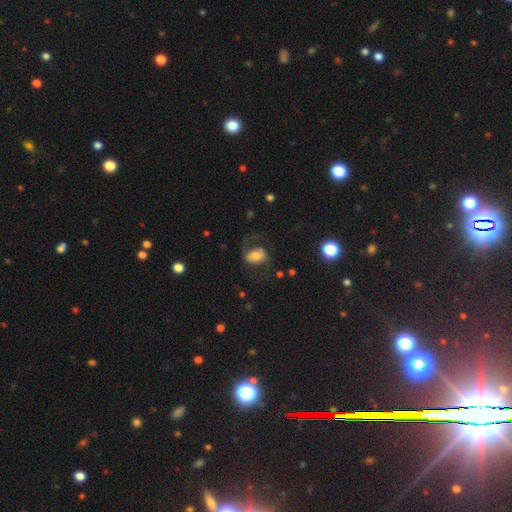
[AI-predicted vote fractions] Smooth or featured? Predicted: smooth (p=0.50). How rounded? Predicted: in between (p=0.79). Merging? Predicted: none (p=0.57).